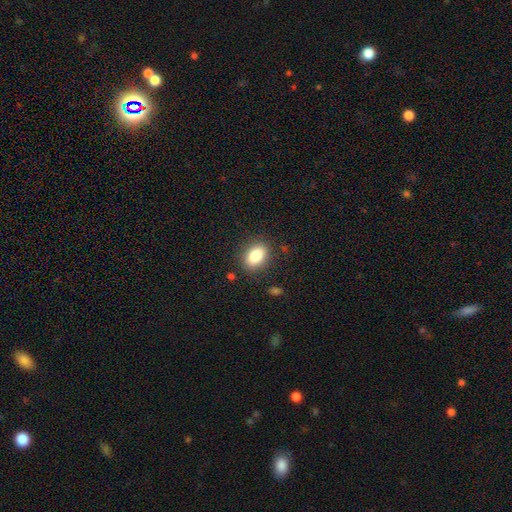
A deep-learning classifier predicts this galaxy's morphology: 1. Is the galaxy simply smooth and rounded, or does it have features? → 84% smooth, 8% star or artifact, 8% featured or disk.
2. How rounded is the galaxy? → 81% in between, 17% round, 2% cigar-shaped.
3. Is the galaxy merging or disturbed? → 86% none, 9% minor disturbance, 3% major disturbance, 1% merger.